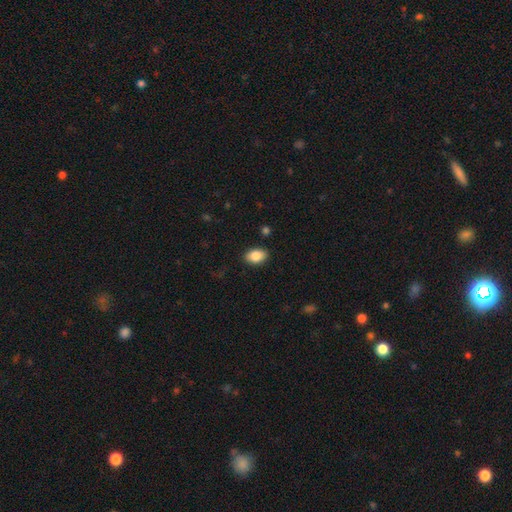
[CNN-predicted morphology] A smooth galaxy with no disk features (85%) that is in between round and cigar-shaped (87%). Merging: none (88%).